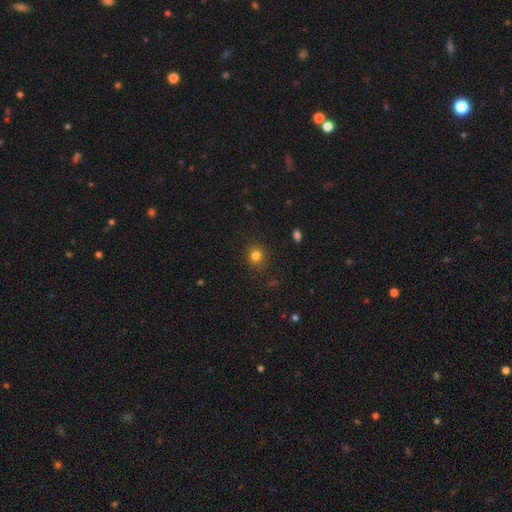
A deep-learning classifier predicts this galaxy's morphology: Smooth or featured? Predicted: smooth (p=0.81). How rounded? Predicted: round (p=0.85). Merging? Predicted: none (p=0.88).